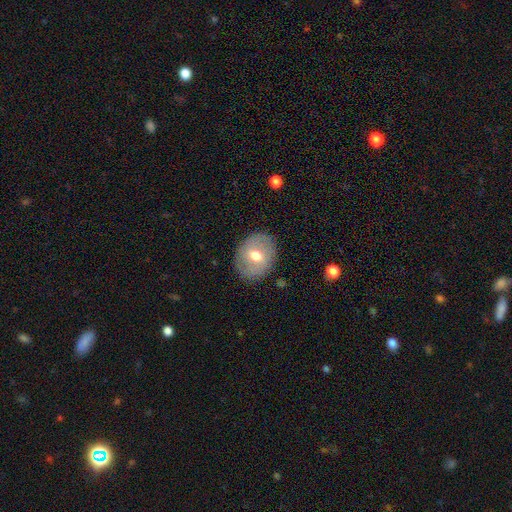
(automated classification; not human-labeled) smooth-or-featured: smooth: 57% | featured or disk: 35% | star or artifact: 8%
  how-rounded: round: 57% | in between: 42% | cigar-shaped: 1%
  merging: none: 84% | minor disturbance: 11% | major disturbance: 4% | merger: 1%